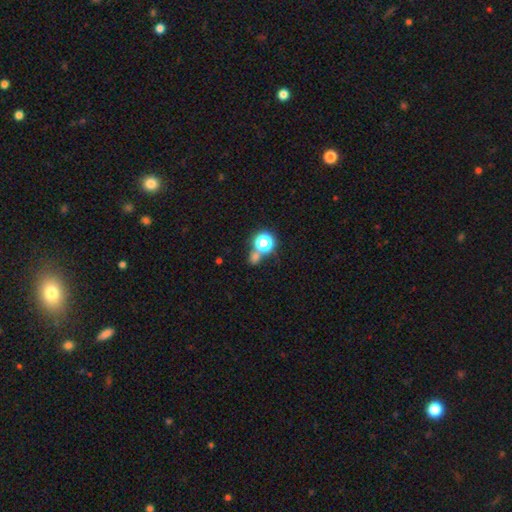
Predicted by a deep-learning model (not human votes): smooth-or-featured: smooth: 55% | star or artifact: 36% | featured or disk: 8%
  how-rounded: round: 85% | in between: 14% | cigar-shaped: 2%
  merging: none: 61% | merger: 26% | minor disturbance: 8% | major disturbance: 5%